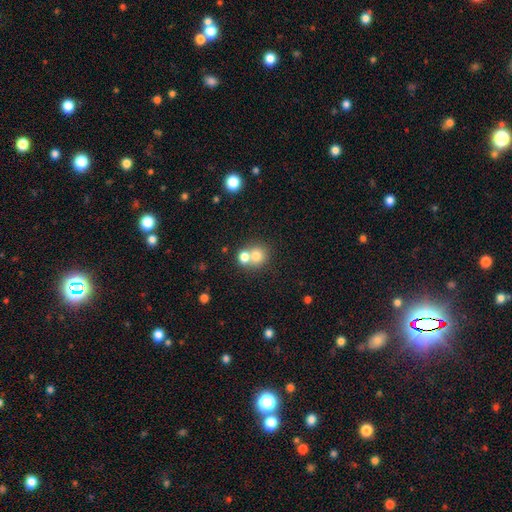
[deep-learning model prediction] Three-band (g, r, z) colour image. It shows a smooth galaxy with no disk features (74%) that is round (80%). Merging: merger (54%).